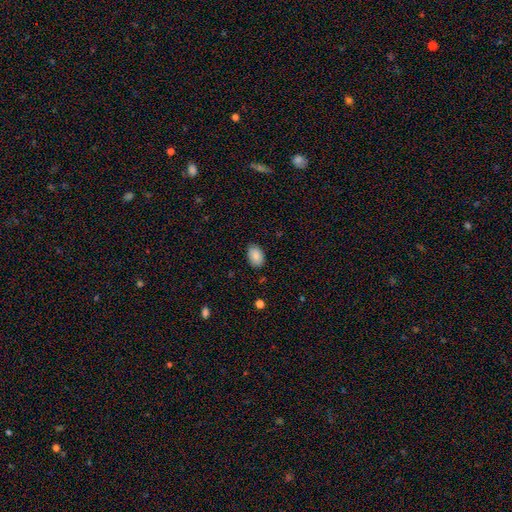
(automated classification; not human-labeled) Morphology: type=smooth (87%); roundness=in between (87%); merging=none (85%).